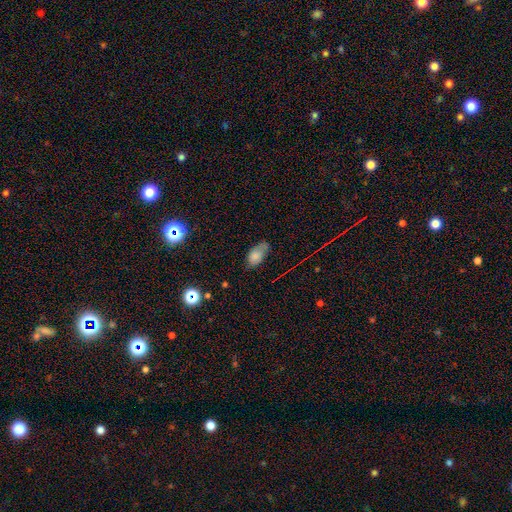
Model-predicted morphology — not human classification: smooth 71%, featured or disk 17%, star or artifact 12%. Down the decision tree: how rounded — in between (91%); merging — none (54%).